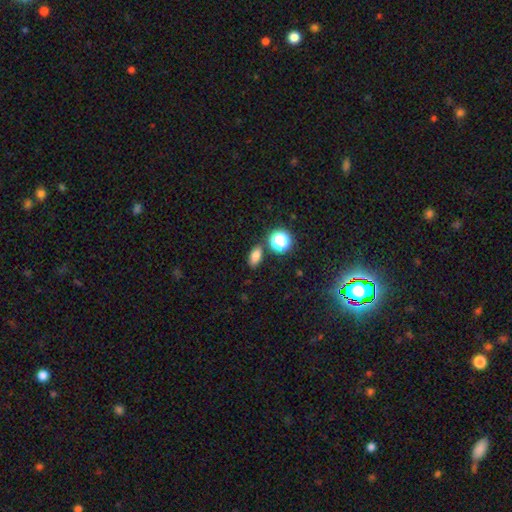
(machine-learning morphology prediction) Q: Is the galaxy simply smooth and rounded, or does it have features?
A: smooth — 74%.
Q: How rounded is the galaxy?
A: in between — 79%.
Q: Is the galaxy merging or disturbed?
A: none — 81%.